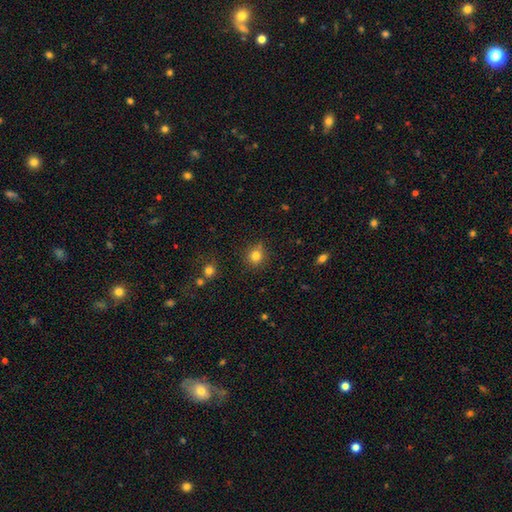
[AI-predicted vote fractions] A smooth galaxy with no disk features (81%) that is round (89%). Merging: none (79%).